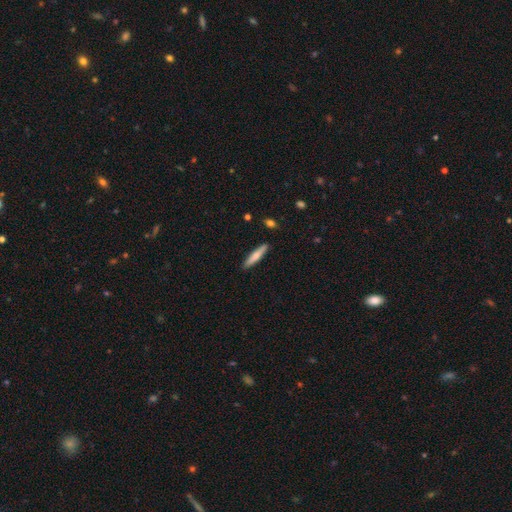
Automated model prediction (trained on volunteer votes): The model was most divided on "smooth or featured": smooth: 69%, featured or disk: 25%, star or artifact: 6%. More confident: how rounded — cigar-shaped (89%); merging — none (89%).